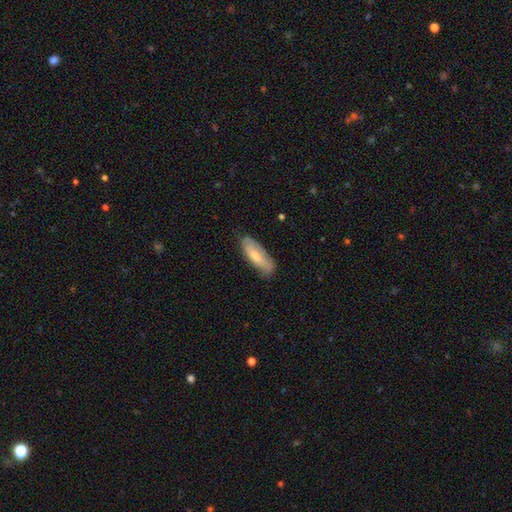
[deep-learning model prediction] smooth 64%, featured or disk 30%, star or artifact 6%. Down the decision tree: how rounded — in between (62%); merging — none (71%).